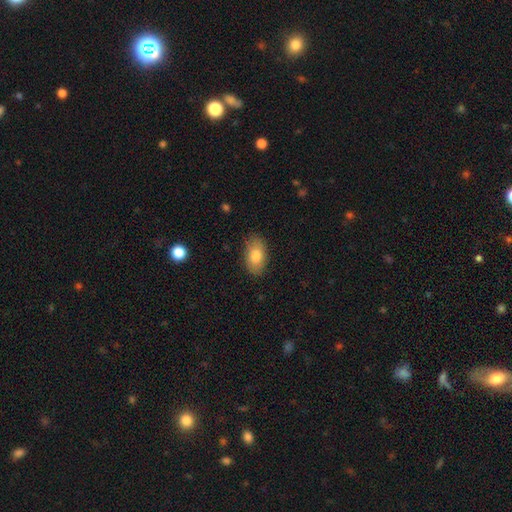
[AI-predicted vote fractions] Q: Smooth or featured?
A: smooth (80%); runner-up: featured or disk (13%)
Q: How rounded?
A: in between (92%); runner-up: round (6%)
Q: Merging?
A: none (85%); runner-up: minor disturbance (12%)